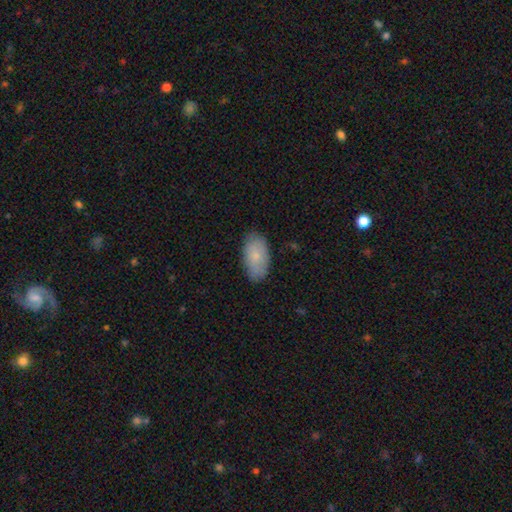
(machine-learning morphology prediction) Smooth or featured? smooth (79%)
How rounded? in between (94%)
Merging? none (81%)